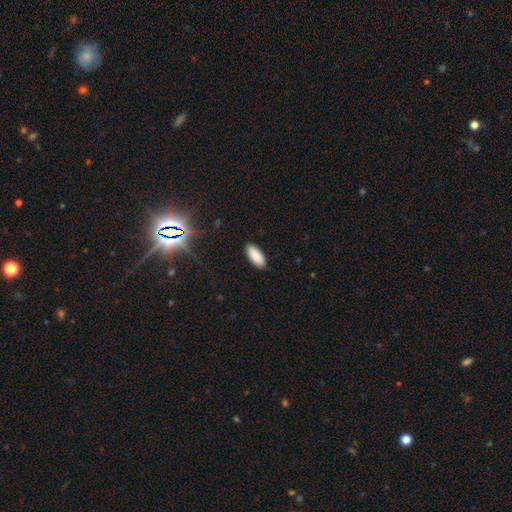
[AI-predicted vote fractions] smooth-or-featured: smooth: 89% | star or artifact: 7% | featured or disk: 4%
  how-rounded: in between: 86% | cigar-shaped: 12% | round: 2%
  merging: none: 90% | minor disturbance: 8% | major disturbance: 2% | merger: 1%